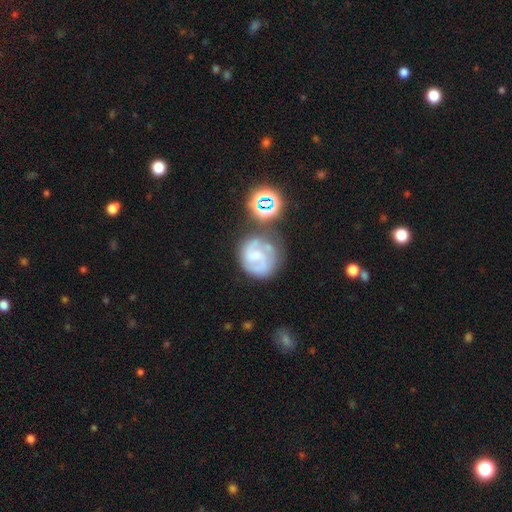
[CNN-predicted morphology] smooth_or_featured: featured or disk (p=0.70) [alt: smooth p=0.19]
disk_edge_on: no (p=0.98) [alt: yes p=0.02]
bar: no (p=0.51) [alt: weak p=0.40]
has_spiral_arms: yes (p=0.90) [alt: no p=0.10]
spiral_winding: tight (p=0.44) [alt: medium p=0.42]
spiral_arm_count: 2 (p=0.55) [alt: can't tell p=0.19]
bulge_size: small (p=0.44) [alt: none p=0.28]
merging: none (p=0.58) [alt: minor disturbance p=0.20]